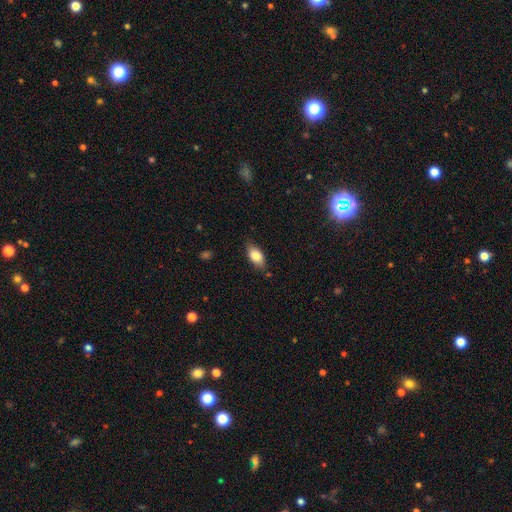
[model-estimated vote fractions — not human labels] Smooth or featured? Predicted: smooth (p=0.82). How rounded? Predicted: in between (p=0.89). Merging? Predicted: none (p=0.79).